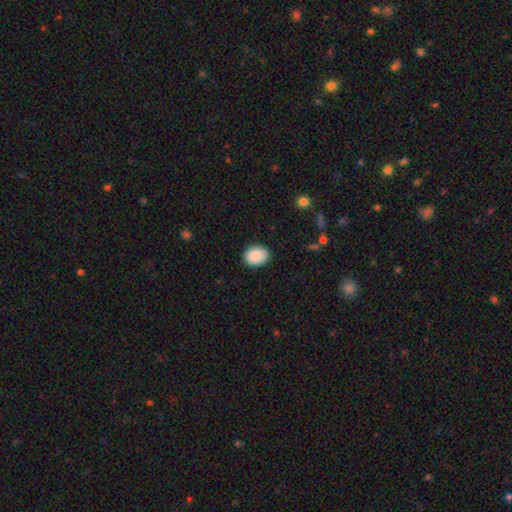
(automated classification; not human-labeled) A smooth galaxy with no disk features (88%) that is in between round and cigar-shaped (57%). Merging: none (89%).